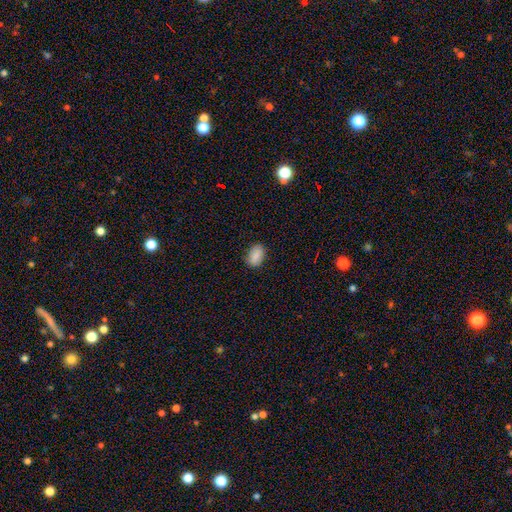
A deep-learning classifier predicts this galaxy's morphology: smooth 88%, star or artifact 8%, featured or disk 4%. Down the decision tree: how rounded — in between (87%); merging — none (85%).